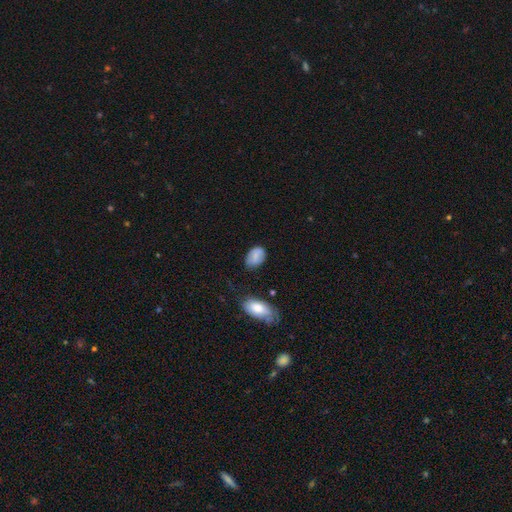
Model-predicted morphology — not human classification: smooth_or_featured: smooth (p=0.77) [alt: featured or disk p=0.15]
how_rounded: in between (p=0.85) [alt: round p=0.13]
merging: none (p=0.67) [alt: minor disturbance p=0.24]